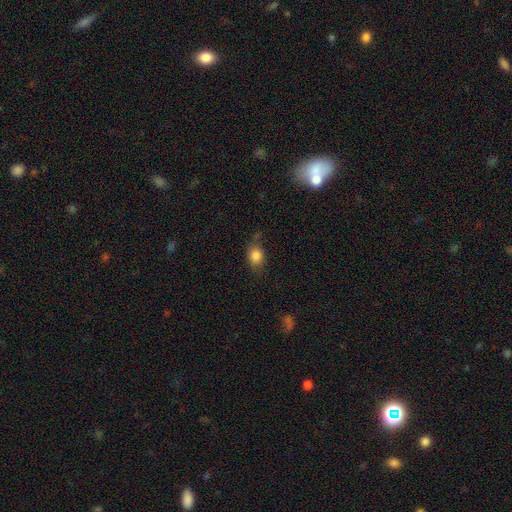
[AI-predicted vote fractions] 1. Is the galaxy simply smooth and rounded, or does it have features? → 83% smooth, 9% star or artifact, 8% featured or disk.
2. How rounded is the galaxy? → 62% in between, 35% round, 2% cigar-shaped.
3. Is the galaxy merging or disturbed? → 64% none, 25% minor disturbance, 8% major disturbance, 3% merger.